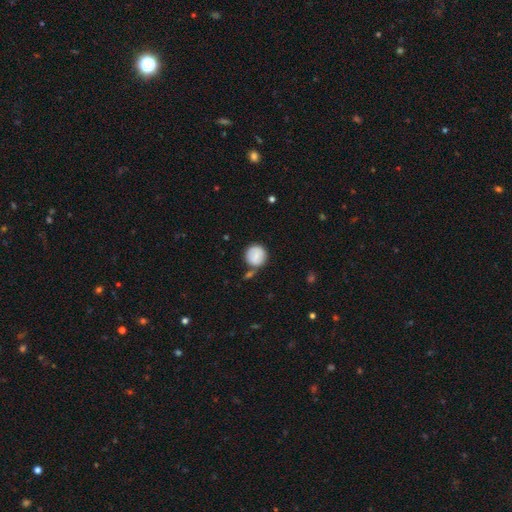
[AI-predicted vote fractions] The model was most divided on "merging": none: 67%, minor disturbance: 15%, merger: 14%, major disturbance: 4%. More confident: how rounded — round (91%); smooth or featured — smooth (81%).